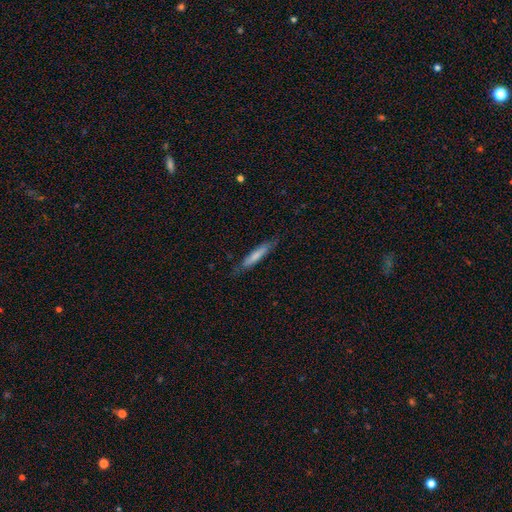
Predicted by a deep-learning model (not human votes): smooth_or_featured: smooth (p=0.71) [alt: featured or disk p=0.24]
how_rounded: cigar-shaped (p=0.89) [alt: in between p=0.10]
merging: none (p=0.78) [alt: minor disturbance p=0.17]